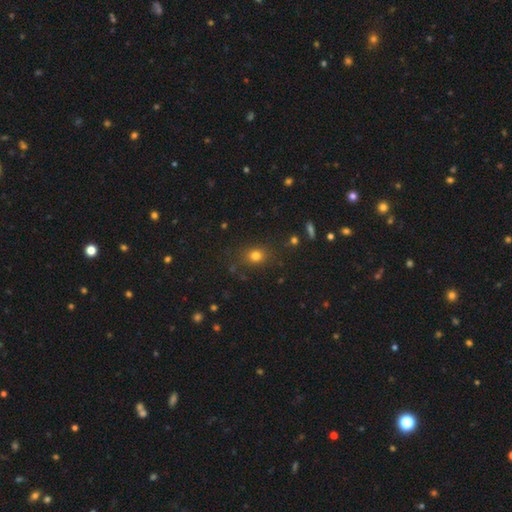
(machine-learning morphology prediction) Q: Smooth or featured?
A: smooth (78%); runner-up: star or artifact (15%)
Q: How rounded?
A: round (69%); runner-up: in between (30%)
Q: Merging?
A: none (82%); runner-up: minor disturbance (11%)